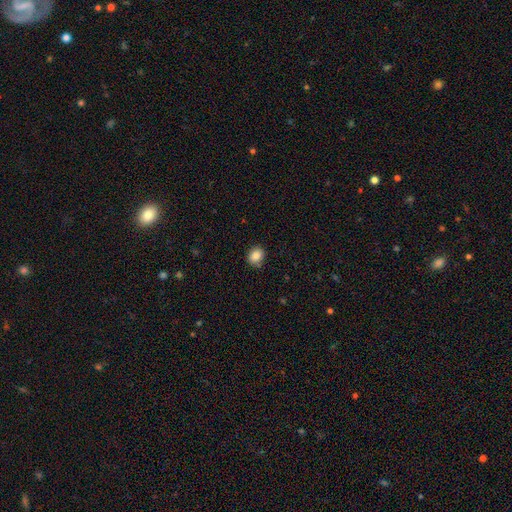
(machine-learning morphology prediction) Smooth or featured: smooth — 86% (star or artifact — 9%)
How rounded: round — 59% (in between — 40%)
Merging: none — 86% (minor disturbance — 11%)